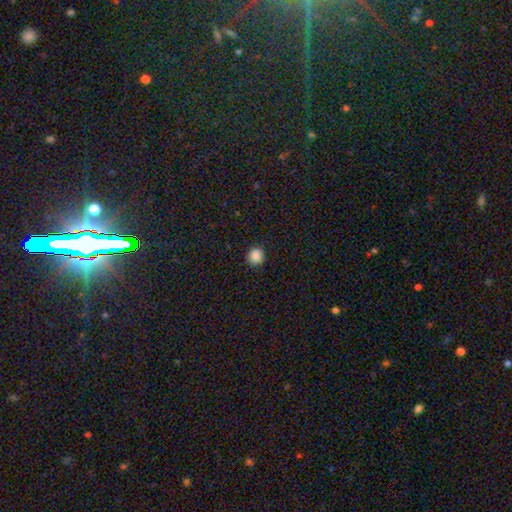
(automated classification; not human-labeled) Morphology: type=smooth (87%); roundness=round (90%); merging=none (89%).